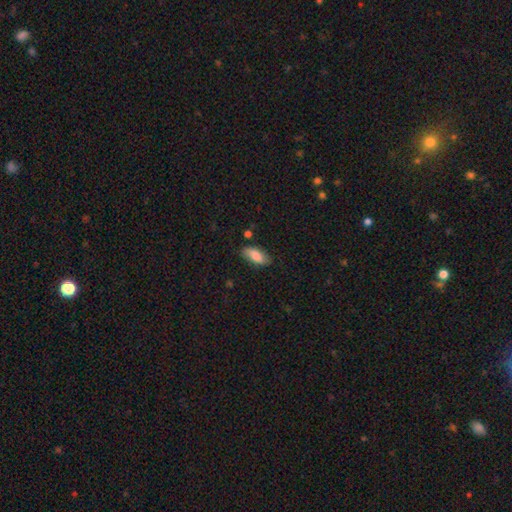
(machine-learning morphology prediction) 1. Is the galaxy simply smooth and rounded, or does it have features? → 81% smooth, 13% featured or disk, 7% star or artifact.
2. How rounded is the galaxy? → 87% in between, 11% cigar-shaped, 2% round.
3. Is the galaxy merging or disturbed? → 76% none, 18% minor disturbance, 3% major disturbance, 2% merger.